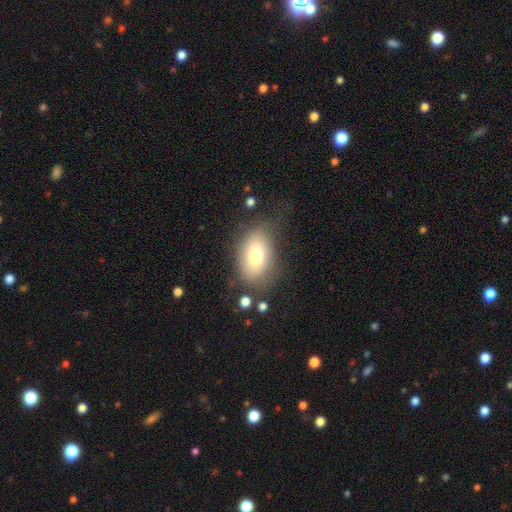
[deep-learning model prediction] This is likely a smooth galaxy (73%). How rounded: clearly in between (87%). Merging: likely none (61%).